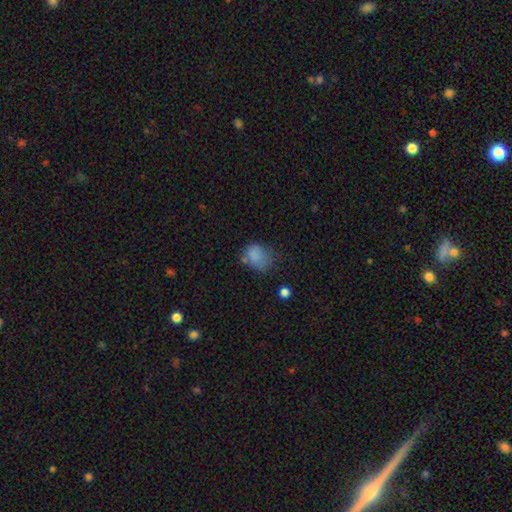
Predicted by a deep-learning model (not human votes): Morphology: type=smooth (79%); roundness=in between (51%); merging=none (45%).